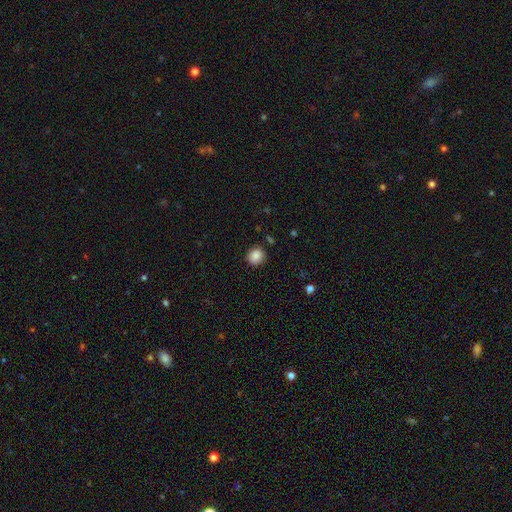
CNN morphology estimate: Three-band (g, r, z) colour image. It shows a smooth galaxy with no disk features (87%) that is round (84%). Merging: none (87%).